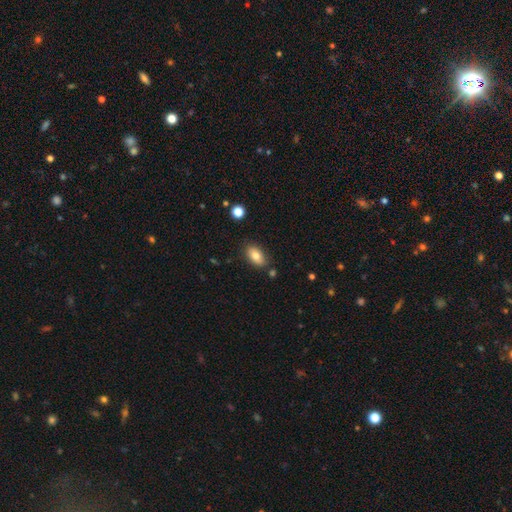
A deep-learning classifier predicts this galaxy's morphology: Smooth or featured? Predicted: smooth (p=0.79). How rounded? Predicted: in between (p=0.90). Merging? Predicted: none (p=0.82).